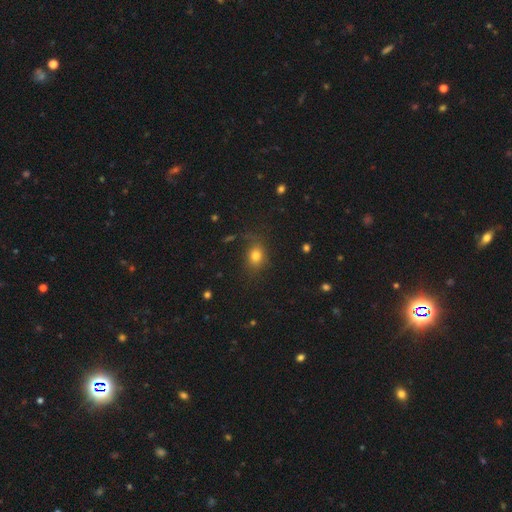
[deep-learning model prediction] Overall: smooth (77%). How rounded: in between (58%; round 40%). Merging: none (70%).